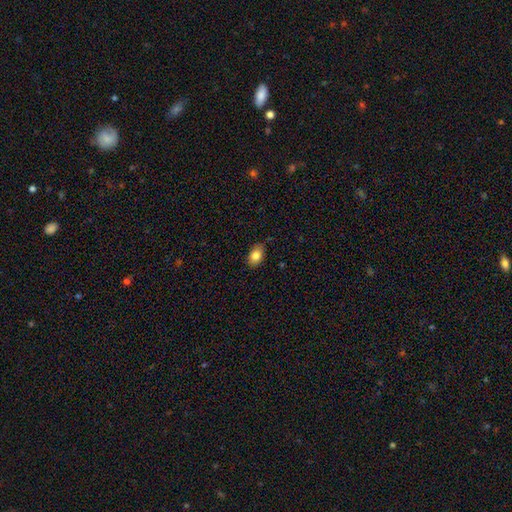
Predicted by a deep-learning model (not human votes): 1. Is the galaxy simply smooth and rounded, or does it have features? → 83% smooth, 9% featured or disk, 8% star or artifact.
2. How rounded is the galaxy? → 85% in between, 13% round, 2% cigar-shaped.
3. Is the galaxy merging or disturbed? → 80% none, 16% minor disturbance, 3% major disturbance, 1% merger.